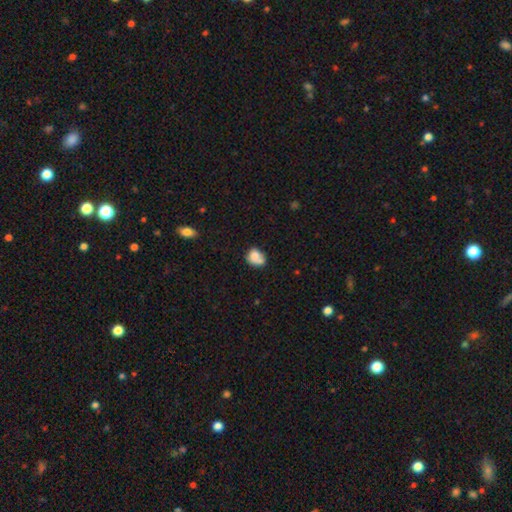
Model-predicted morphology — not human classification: Smooth or featured? smooth (72%)
How rounded? in between (50%)
Merging? merger (37%)